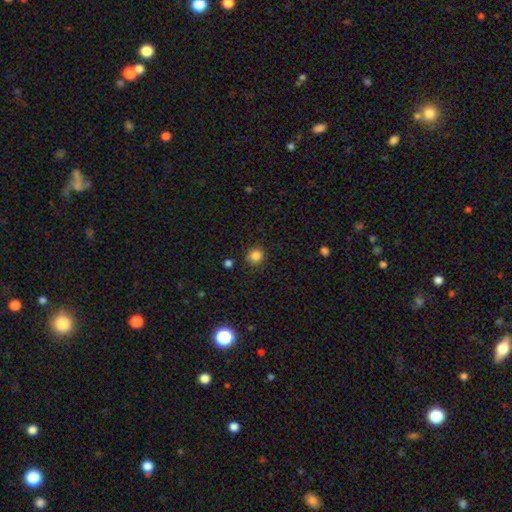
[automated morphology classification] The model was most divided on "smooth or featured": smooth: 84%, star or artifact: 12%, featured or disk: 4%. More confident: how rounded — round (90%); merging — none (85%).